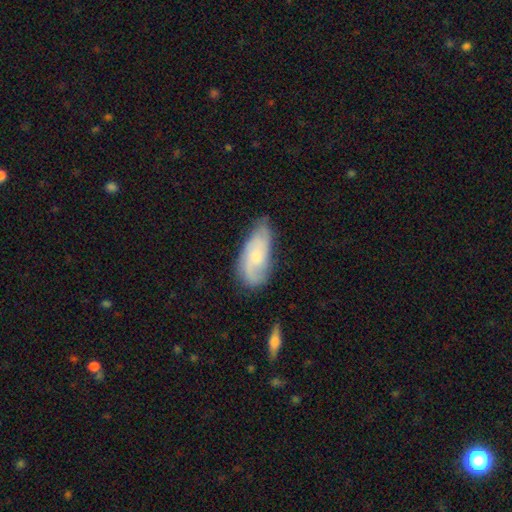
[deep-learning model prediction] A featured or disk galaxy (56%) with no bar (69%), spiral arms (89%) and a small central bulge (51%). Merging: none (60%).